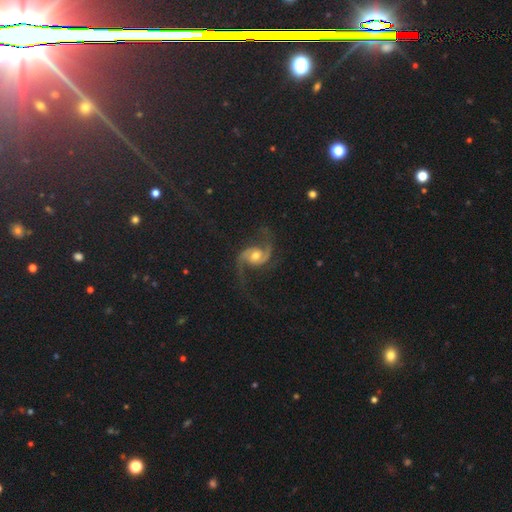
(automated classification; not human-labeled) Smooth or featured? featured or disk (91%)
Edge-on disk? no (98%)
Bar? no (56%)
Spiral arms? yes (98%)
Spiral winding? loose (49%)
Spiral arm count? 2 (94%)
Bulge size? moderate (69%)
Merging? none (74%)